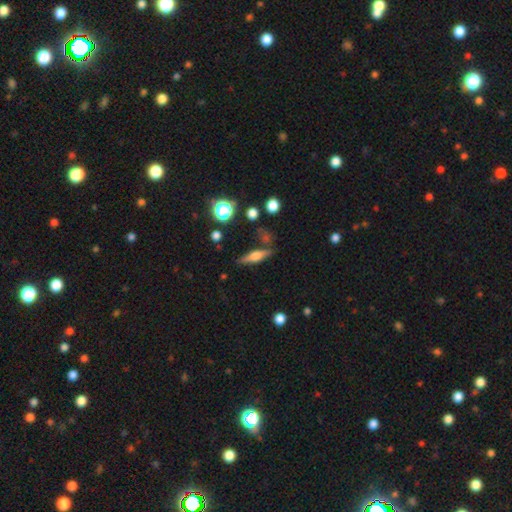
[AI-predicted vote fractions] This is possibly a featured or disk galaxy (51%). It is clearly viewed edge-on (92%). Merging: likely none (75%).